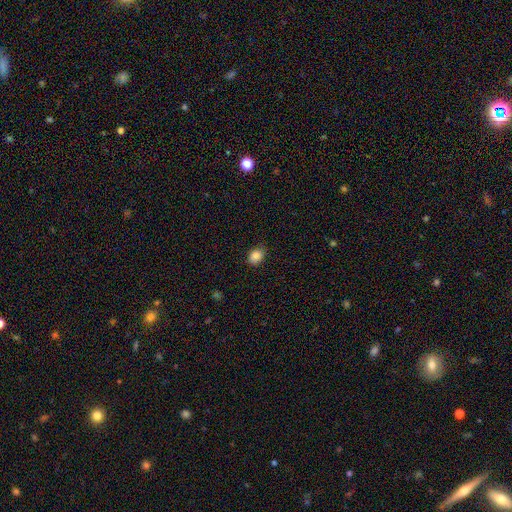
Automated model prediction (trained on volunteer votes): Smooth or featured: smooth — 85% (star or artifact — 10%)
How rounded: in between — 60% (round — 39%)
Merging: none — 83% (minor disturbance — 14%)